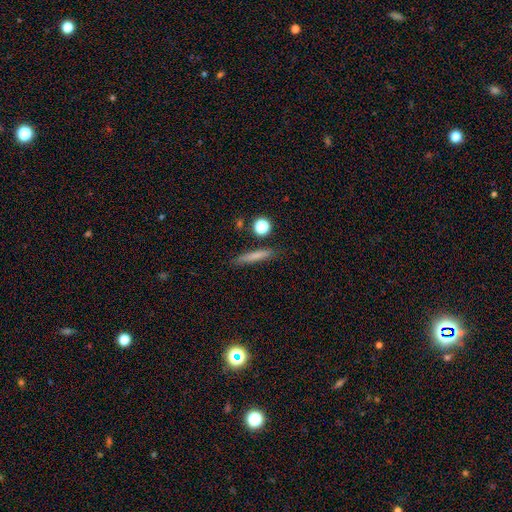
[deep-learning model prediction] This appears to be a smooth galaxy with no disk features (72%) that is cigar-shaped (89%). Merging: none (84%).